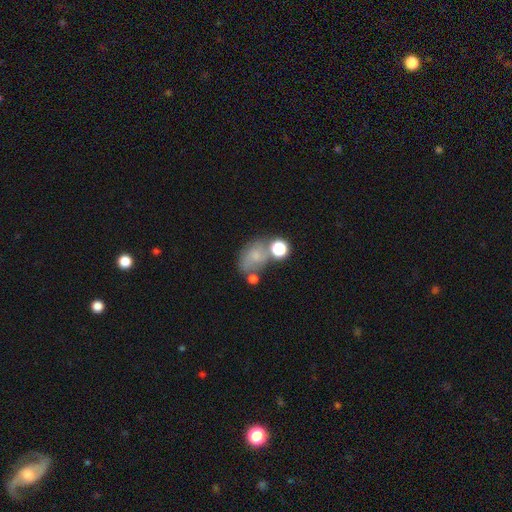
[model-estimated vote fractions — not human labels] The model was most divided on "merging": none: 39%, merger: 24%, minor disturbance: 21%, major disturbance: 16%. More confident: how rounded — in between (67%); smooth or featured — smooth (55%).